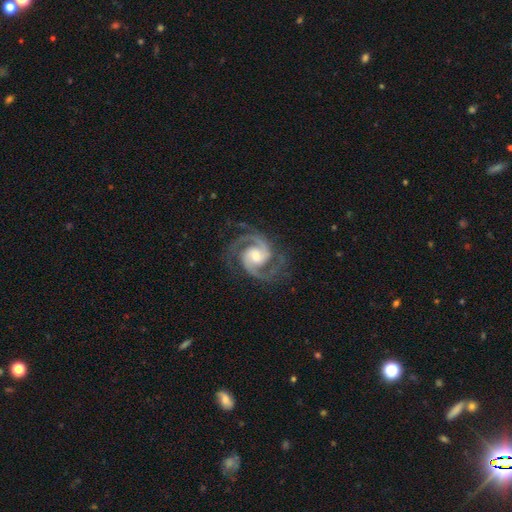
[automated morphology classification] featured or disk 94%, star or artifact 4%, smooth 2%. Down the decision tree: edge-on disk — no (98%); bar — no (45%); spiral arms — yes (99%); spiral arm count — 2 (88%); spiral winding — medium (60%); bulge size — moderate (60%); merging — none (80%).